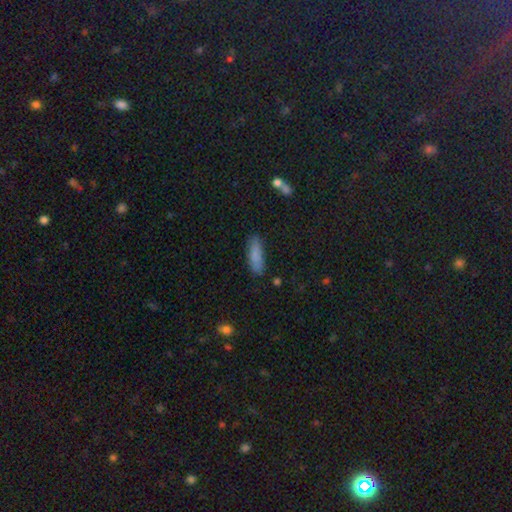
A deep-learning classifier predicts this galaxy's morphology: A smooth galaxy with no disk features (83%) that is cigar-shaped (54%). Merging: none (80%).